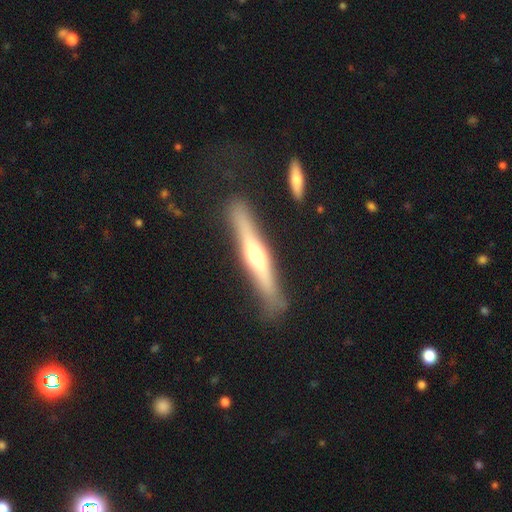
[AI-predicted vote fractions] A featured or disk galaxy (63%) viewed edge-on (94%) with a rounded central bulge (90%).

Vote fractions:
- Smooth or featured? featured or disk: 63% / smooth: 31% / star or artifact: 6%
- Edge-on disk? yes: 94% / no: 6%
- Edge-on bulge? rounded: 90% / none: 5% / boxy: 5%
- Merging? none: 82% / minor disturbance: 12% / major disturbance: 3% / merger: 2%